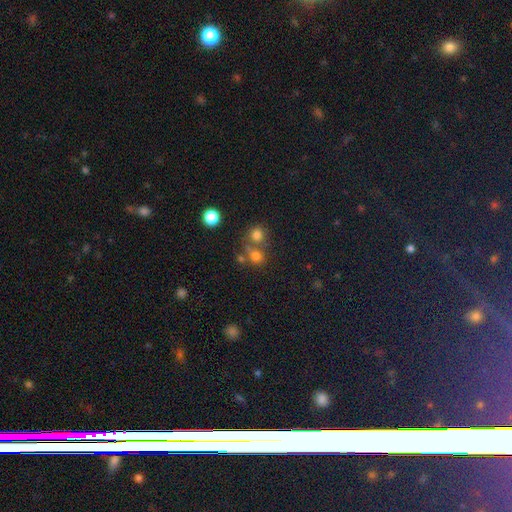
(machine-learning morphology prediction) This appears to be a smooth galaxy with no disk features (72%) that is round (83%). Merging: none (52%).